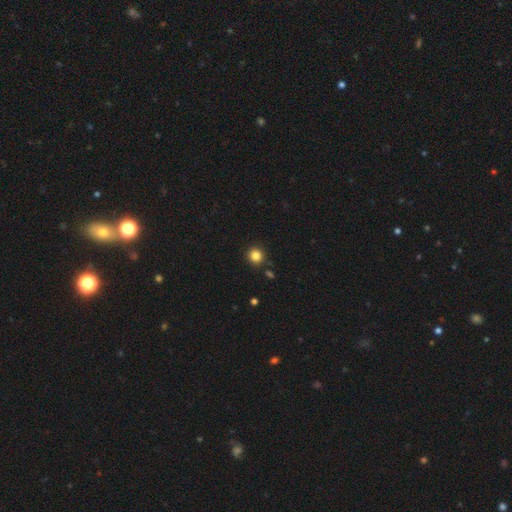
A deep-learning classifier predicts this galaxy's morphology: smooth-or-featured: smooth: 84% | star or artifact: 12% | featured or disk: 4%
  how-rounded: round: 93% | in between: 6% | cigar-shaped: 1%
  merging: none: 89% | minor disturbance: 6% | merger: 3% | major disturbance: 2%